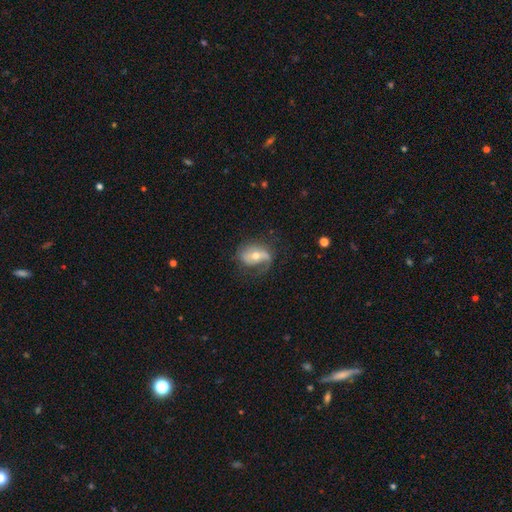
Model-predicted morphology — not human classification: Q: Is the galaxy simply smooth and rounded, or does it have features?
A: featured or disk — 62%.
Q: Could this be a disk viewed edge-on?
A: no — 95%.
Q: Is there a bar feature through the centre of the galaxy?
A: no — 40%.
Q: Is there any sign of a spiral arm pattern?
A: yes — 78%.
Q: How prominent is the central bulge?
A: moderate — 66%.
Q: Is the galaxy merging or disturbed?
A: none — 52%.